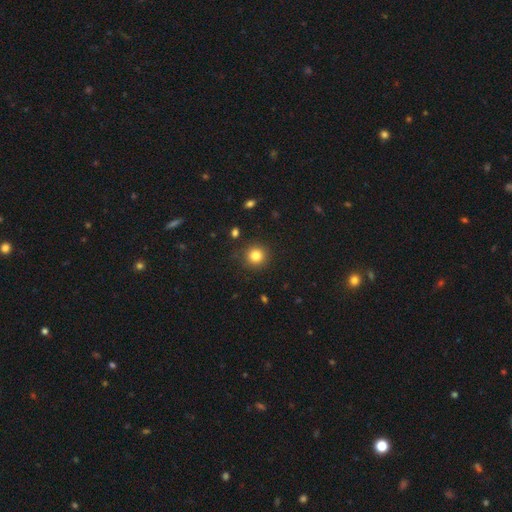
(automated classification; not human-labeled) Overall: smooth (82%). How rounded: round (93%). Merging: none (89%).